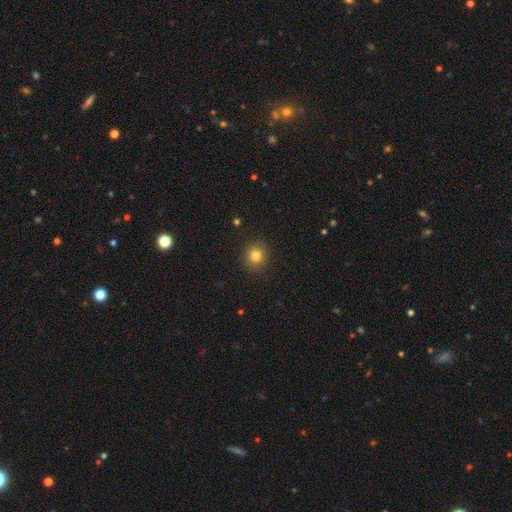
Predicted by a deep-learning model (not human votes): The model was most divided on "smooth or featured": smooth: 81%, star or artifact: 12%, featured or disk: 7%. More confident: merging — none (89%); how rounded — round (85%).